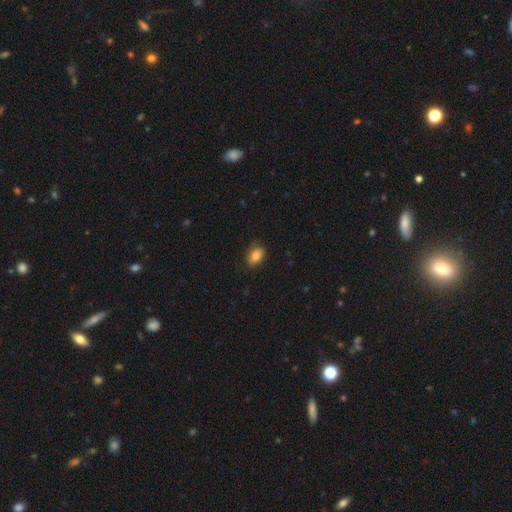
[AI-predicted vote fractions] smooth 86%, star or artifact 8%, featured or disk 6%. Down the decision tree: how rounded — in between (84%); merging — none (82%).